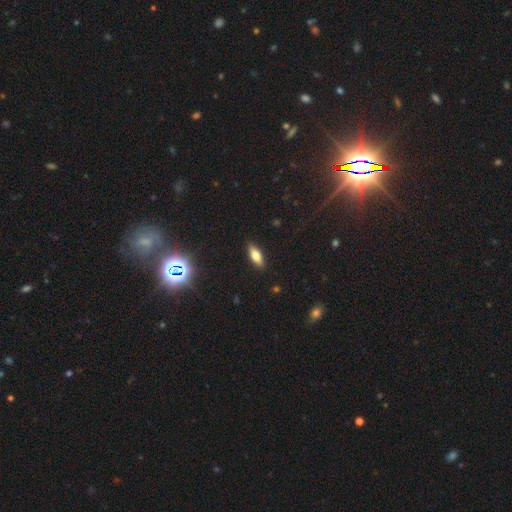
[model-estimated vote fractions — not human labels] The model was most divided on "how rounded": in between: 74%, cigar-shaped: 24%, round: 3%. More confident: merging — none (89%); smooth or featured — smooth (73%).